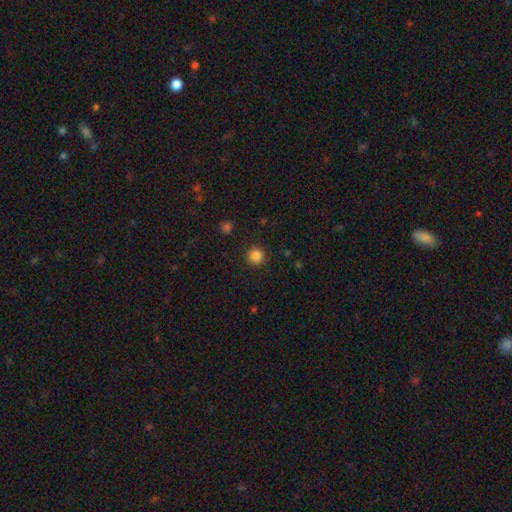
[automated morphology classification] Smooth or featured? smooth (85%)
How rounded? round (95%)
Merging? none (92%)